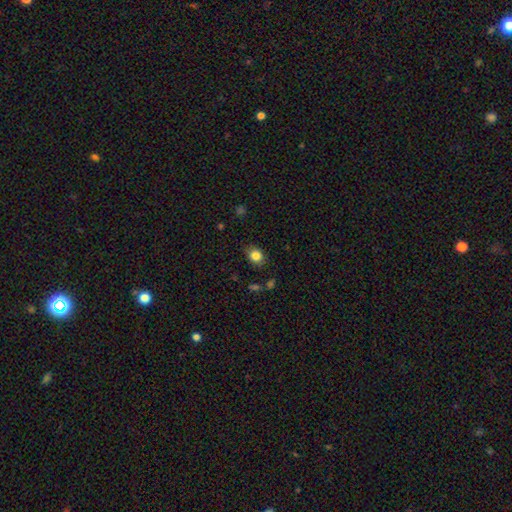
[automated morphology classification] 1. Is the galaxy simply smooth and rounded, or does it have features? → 83% smooth, 10% star or artifact, 6% featured or disk.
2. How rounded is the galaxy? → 53% round, 46% in between, 1% cigar-shaped.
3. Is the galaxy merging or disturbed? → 83% none, 12% minor disturbance, 3% major disturbance, 2% merger.